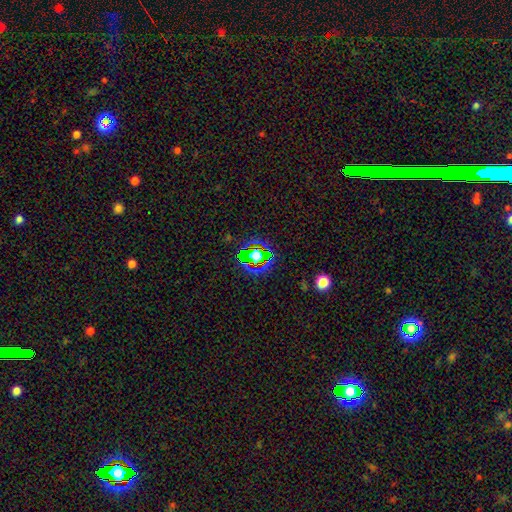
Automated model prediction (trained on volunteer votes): Overall: star or artifact (62%; smooth 25%).